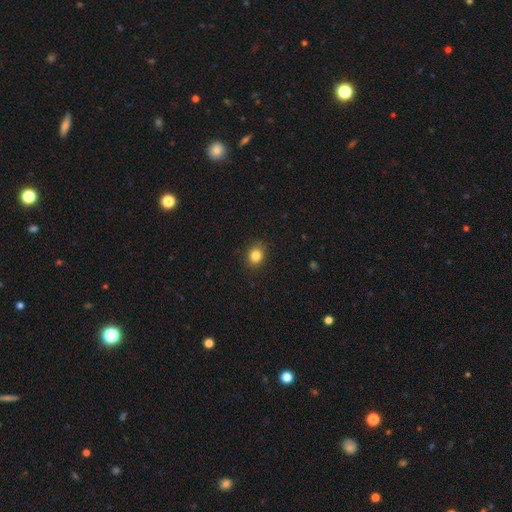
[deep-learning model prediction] This is clearly a smooth galaxy (83%). How rounded: likely round (73%). Merging: clearly none (89%).